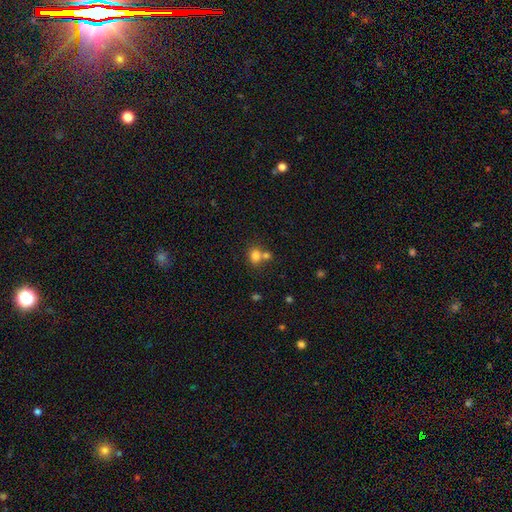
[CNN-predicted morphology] This is likely a smooth galaxy (78%). How rounded: likely round (60%). Merging: possibly none (46%).